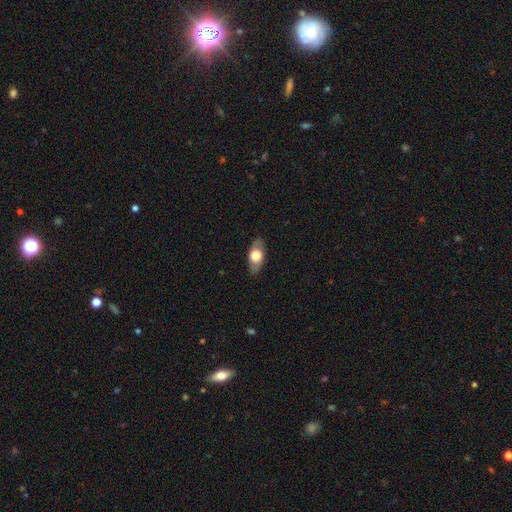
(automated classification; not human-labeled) This is possibly a smooth galaxy (57%). How rounded: clearly in between (85%). Merging: clearly none (84%).